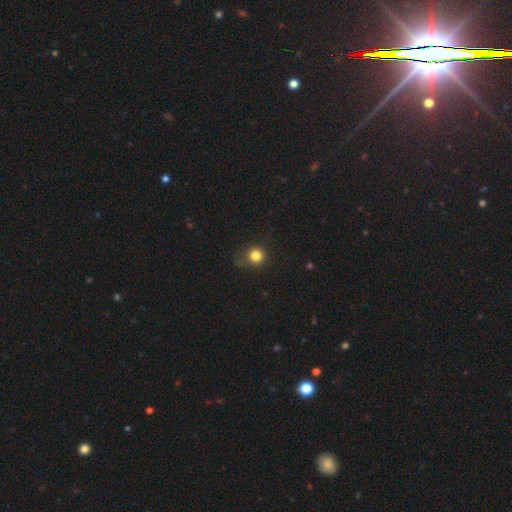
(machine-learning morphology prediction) A smooth galaxy with no disk features (81%) that is round (91%).

Vote fractions:
- Smooth or featured? smooth: 81% / star or artifact: 14% / featured or disk: 5%
- How rounded? round: 91% / in between: 8% / cigar-shaped: 1%
- Merging? none: 74% / minor disturbance: 18% / major disturbance: 6% / merger: 2%